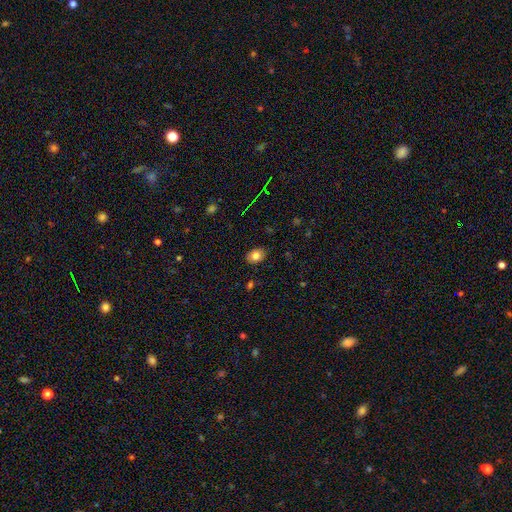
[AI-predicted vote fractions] Smooth or featured? smooth (81%)
How rounded? in between (72%)
Merging? none (86%)